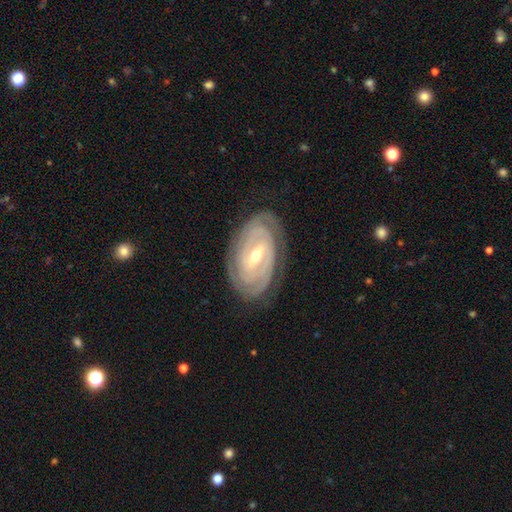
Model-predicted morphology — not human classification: Smooth or featured?
  - featured or disk: 89% *
  - smooth: 7%
  - star or artifact: 5%
Edge-on disk?
  - no: 95% *
  - yes: 5%
Bar?
  - weak: 43% *
  - strong: 38%
  - no: 19%
Spiral arms?
  - yes: 97% *
  - no: 3%
Spiral winding?
  - tight: 83% *
  - medium: 15%
  - loose: 3%
Spiral arm count?
  - 2: 49% *
  - can't tell: 21%
  - 3: 16%
  - 4: 7%
  - more than 4: 4%
  - 1: 4%
Bulge size?
  - moderate: 54% *
  - small: 42%
  - large: 2%
  - none: 1%
  - dominant: 1%
Merging?
  - none: 82% *
  - minor disturbance: 13%
  - major disturbance: 4%
  - merger: 1%